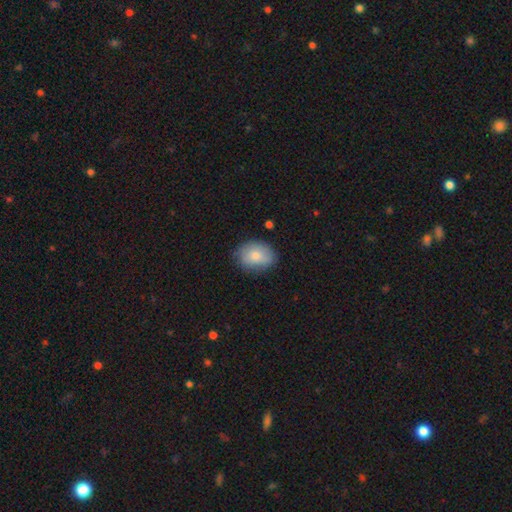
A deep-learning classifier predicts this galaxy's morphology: A smooth galaxy with no disk features (80%) that is in between round and cigar-shaped (67%). Merging: none (75%).